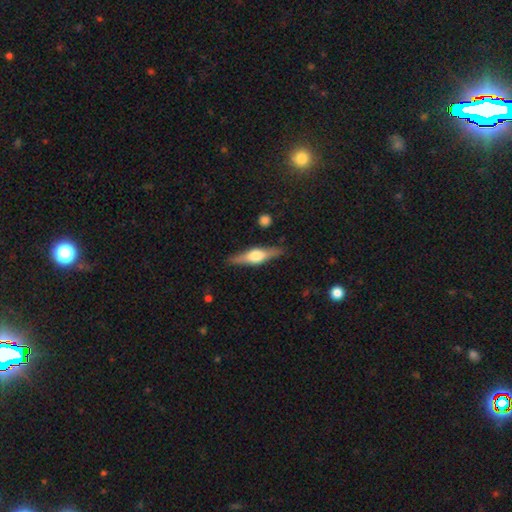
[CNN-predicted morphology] A featured or disk galaxy (63%) viewed edge-on (95%) with a rounded central bulge (91%). Merging: none (87%).